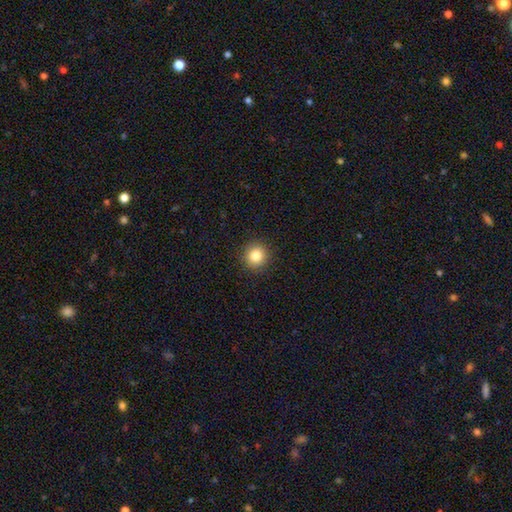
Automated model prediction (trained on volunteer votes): Smooth or featured: smooth — 84% (star or artifact — 11%)
How rounded: round — 92% (in between — 7%)
Merging: none — 92% (minor disturbance — 5%)